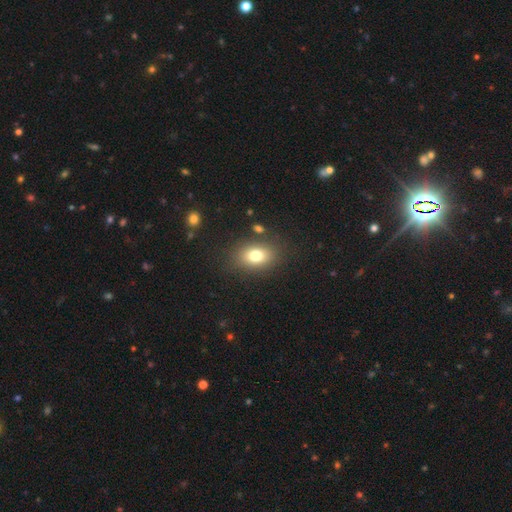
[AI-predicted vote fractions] A smooth galaxy with no disk features (78%) that is in between round and cigar-shaped (73%). Merging: none (82%).